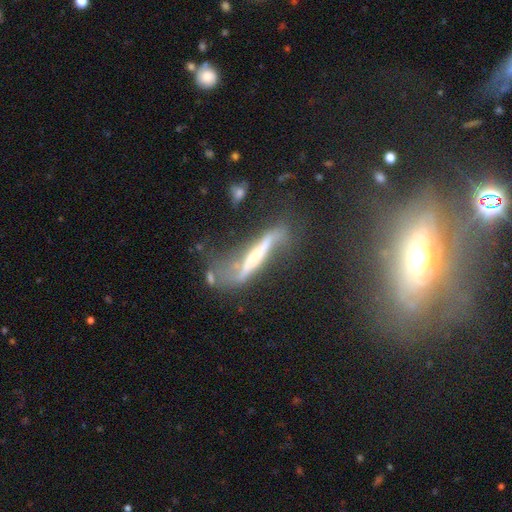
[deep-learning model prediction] Smooth or featured? featured or disk (74%)
Edge-on disk? yes (67%)
Merging? none (41%)